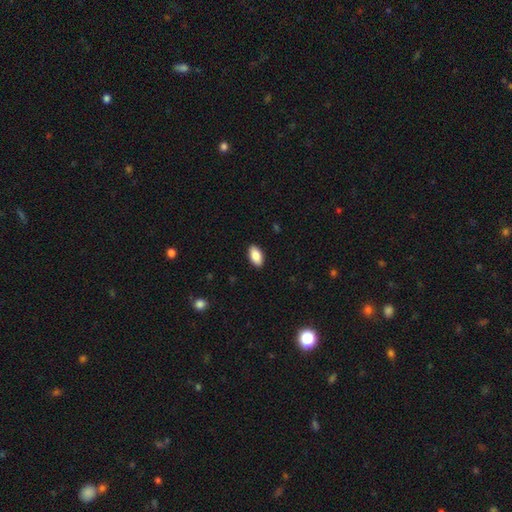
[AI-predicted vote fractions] The model was most divided on "smooth or featured": smooth: 87%, featured or disk: 7%, star or artifact: 7%. More confident: how rounded — in between (93%); merging — none (90%).